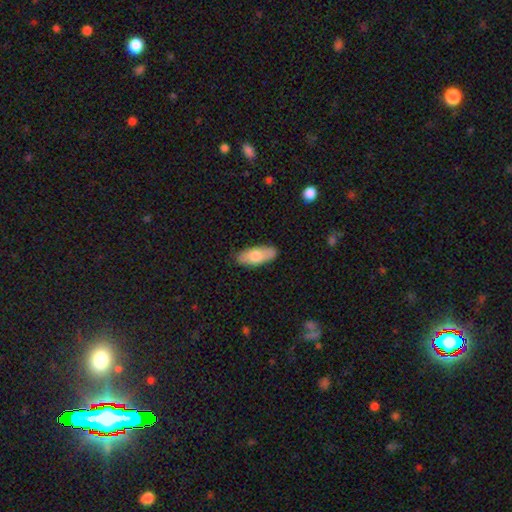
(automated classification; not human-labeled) Smooth or featured? Predicted: smooth (p=0.72). How rounded? Predicted: in between (p=0.81). Merging? Predicted: none (p=0.85).